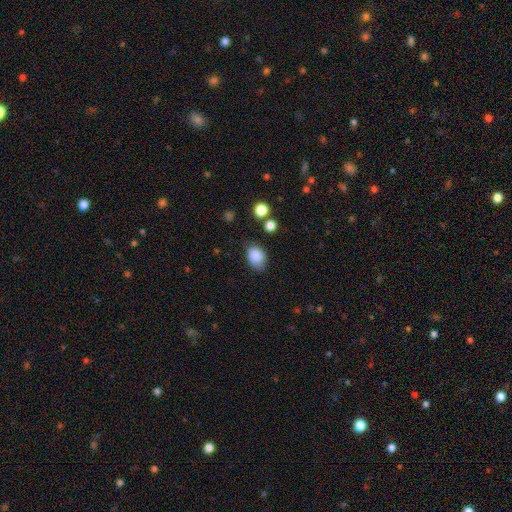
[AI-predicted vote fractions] Smooth or featured: smooth — 86% (star or artifact — 9%)
How rounded: in between — 69% (round — 30%)
Merging: none — 68% (minor disturbance — 23%)